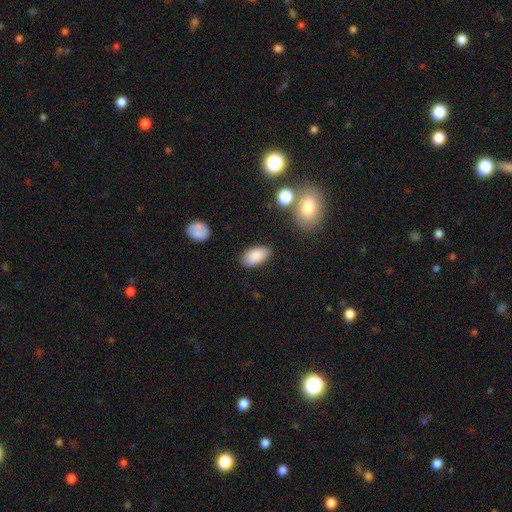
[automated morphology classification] The model was most divided on "merging": none: 83%, minor disturbance: 12%, major disturbance: 3%, merger: 2%. More confident: how rounded — in between (95%); smooth or featured — smooth (87%).